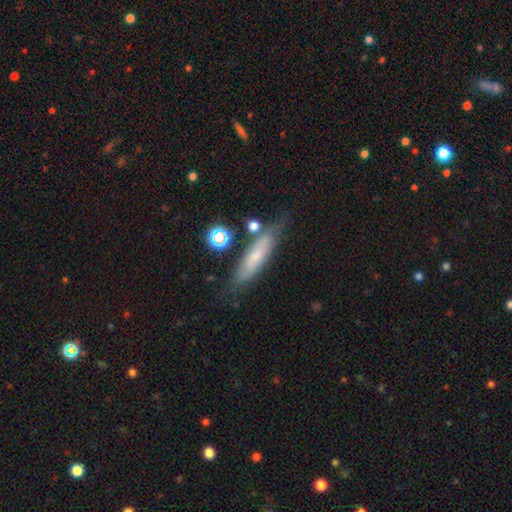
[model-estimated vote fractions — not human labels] The model was most divided on "smooth or featured": smooth: 57%, featured or disk: 33%, star or artifact: 10%. More confident: how rounded — cigar-shaped (70%); merging — none (66%).